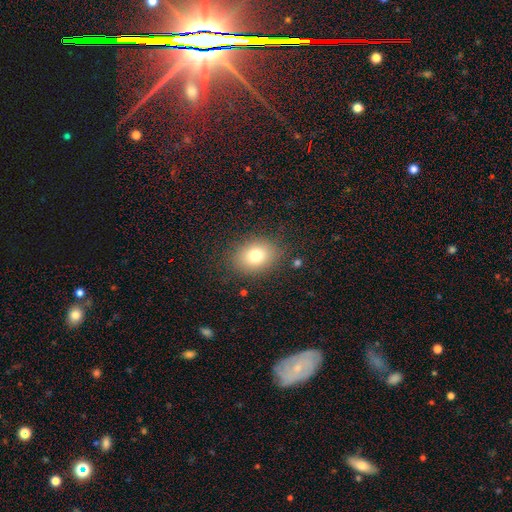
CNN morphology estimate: Overall: smooth (77%). How rounded: in between (56%; round 43%). Merging: none (85%).